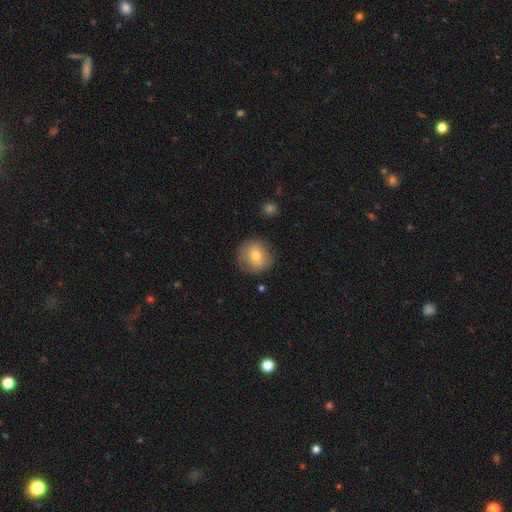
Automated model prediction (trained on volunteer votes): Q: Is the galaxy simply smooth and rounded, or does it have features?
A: smooth — 74%.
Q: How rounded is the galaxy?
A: round — 89%.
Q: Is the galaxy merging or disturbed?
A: none — 82%.